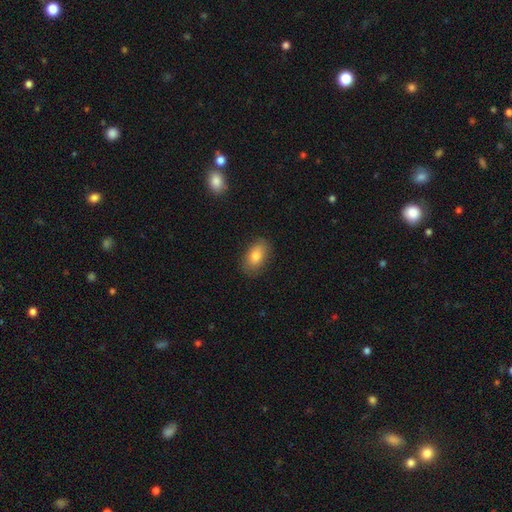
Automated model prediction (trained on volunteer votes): smooth 81%, featured or disk 11%, star or artifact 8%. Down the decision tree: how rounded — in between (90%); merging — none (86%).